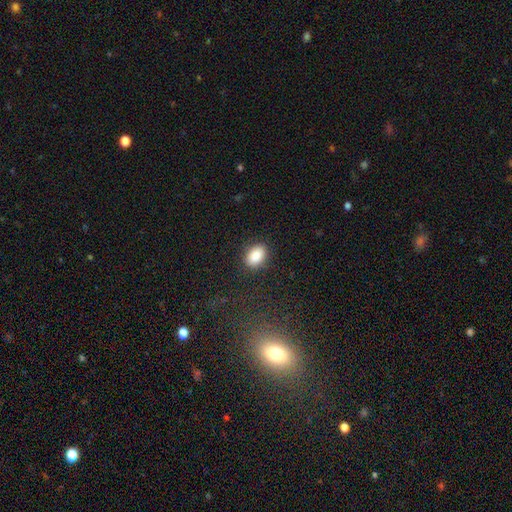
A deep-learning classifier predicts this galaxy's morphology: Smooth or featured? smooth (88%)
How rounded? in between (86%)
Merging? none (87%)